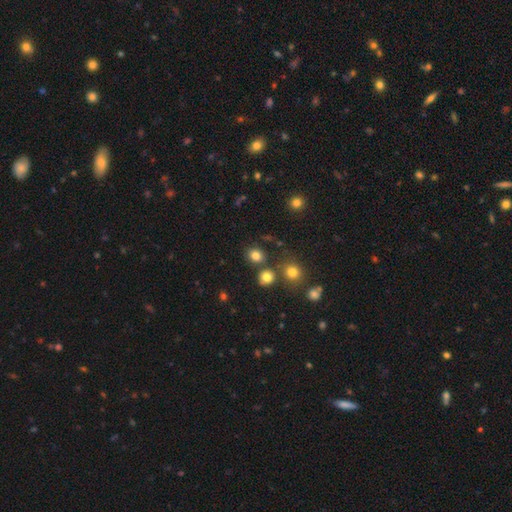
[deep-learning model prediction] A smooth galaxy with no disk features (81%) that is round (73%). Merging: none (77%).